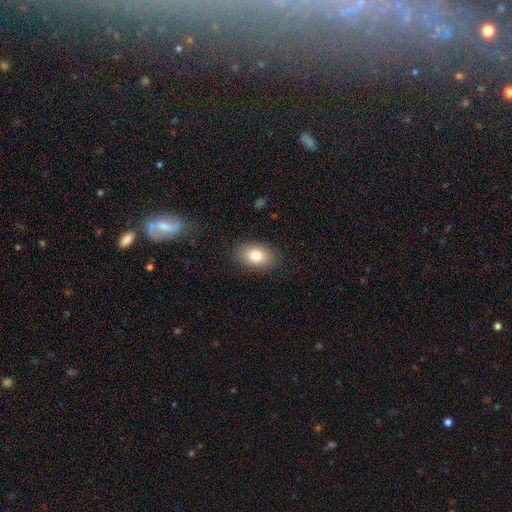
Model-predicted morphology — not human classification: Smooth or featured?
  - smooth: 80% *
  - featured or disk: 12%
  - star or artifact: 8%
How rounded?
  - in between: 86% *
  - round: 13%
  - cigar-shaped: 1%
Merging?
  - none: 86% *
  - minor disturbance: 10%
  - major disturbance: 3%
  - merger: 1%